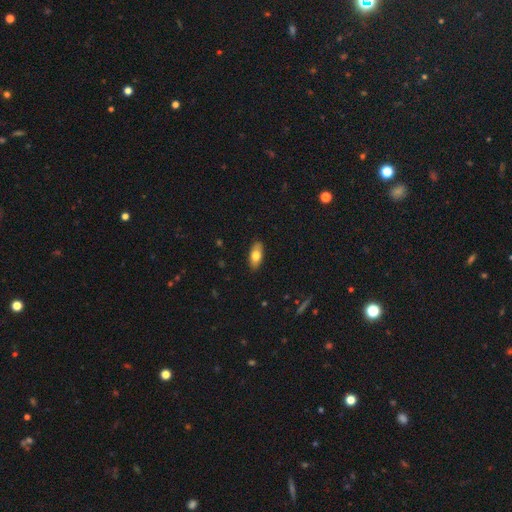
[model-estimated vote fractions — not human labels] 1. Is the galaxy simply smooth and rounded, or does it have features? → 74% smooth, 19% featured or disk, 7% star or artifact.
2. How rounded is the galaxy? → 86% in between, 11% cigar-shaped, 3% round.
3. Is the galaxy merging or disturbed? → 88% none, 9% minor disturbance, 2% major disturbance, 1% merger.